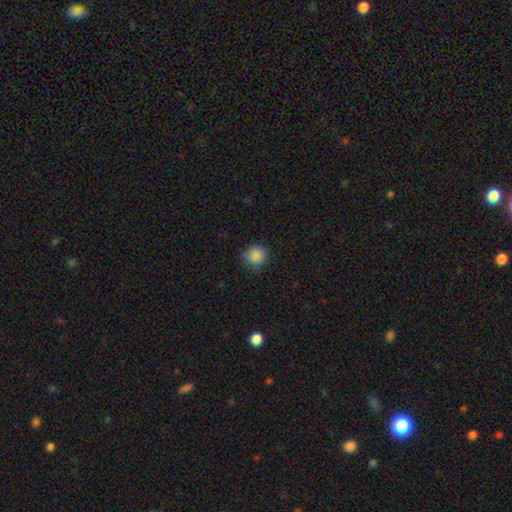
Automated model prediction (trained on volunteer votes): smooth_or_featured: smooth (p=0.87) [alt: star or artifact p=0.10]
how_rounded: round (p=0.86) [alt: in between p=0.13]
merging: none (p=0.84) [alt: minor disturbance p=0.12]